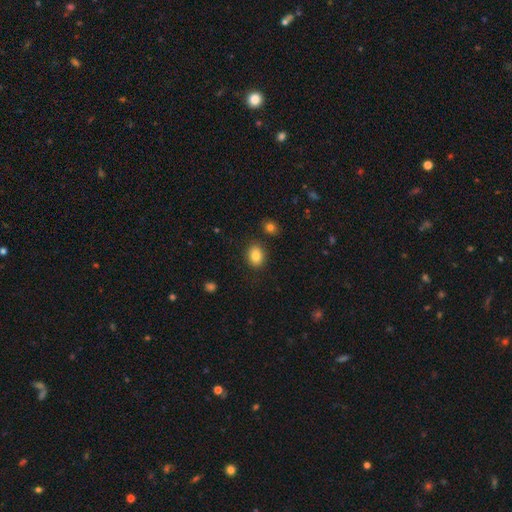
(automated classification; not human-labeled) Smooth or featured?
  - smooth: 85% *
  - star or artifact: 9%
  - featured or disk: 6%
How rounded?
  - in between: 65% *
  - round: 34%
  - cigar-shaped: 1%
Merging?
  - none: 86% *
  - minor disturbance: 8%
  - merger: 3%
  - major disturbance: 2%